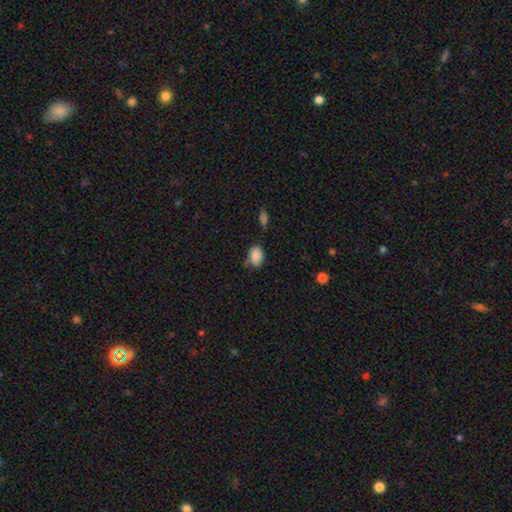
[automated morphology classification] This is clearly a smooth galaxy (86%). How rounded: likely in between (77%). Merging: possibly none (59%).